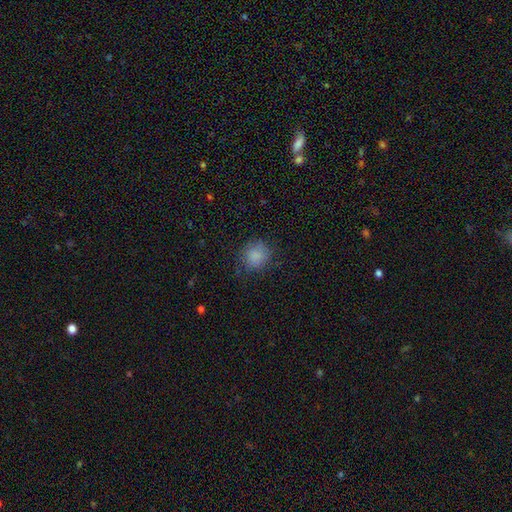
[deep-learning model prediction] A smooth galaxy with no disk features (85%) that is round (85%).

Vote fractions:
- Smooth or featured? smooth: 85% / star or artifact: 9% / featured or disk: 6%
- How rounded? round: 85% / in between: 14% / cigar-shaped: 1%
- Merging? none: 77% / minor disturbance: 17% / major disturbance: 6% / merger: 1%